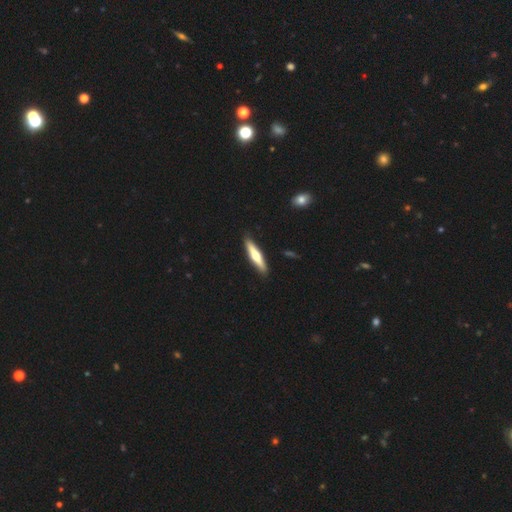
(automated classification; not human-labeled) smooth_or_featured: featured or disk (p=0.49) [alt: smooth p=0.46]
merging: none (p=0.90) [alt: minor disturbance p=0.07]